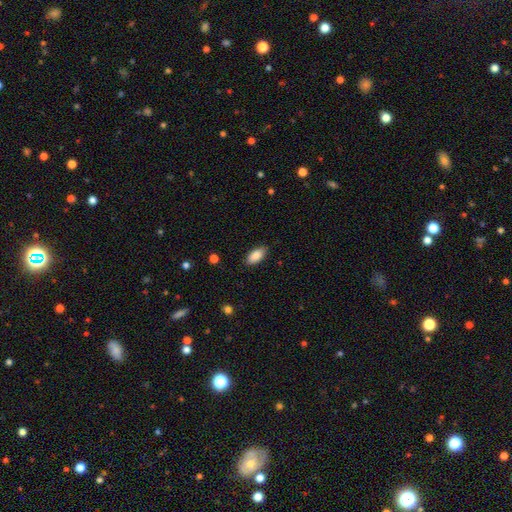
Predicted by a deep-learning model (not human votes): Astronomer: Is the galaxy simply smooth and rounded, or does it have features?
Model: smooth — 88%.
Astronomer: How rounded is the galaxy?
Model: in between — 91%.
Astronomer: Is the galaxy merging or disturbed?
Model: none — 86%.